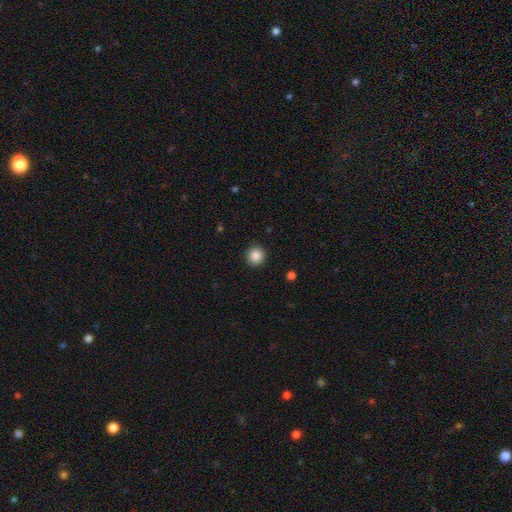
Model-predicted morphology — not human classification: A smooth galaxy with no disk features (87%) that is round (94%).

Vote fractions:
- Smooth or featured? smooth: 87% / star or artifact: 9% / featured or disk: 3%
- How rounded? round: 94% / in between: 5% / cigar-shaped: 1%
- Merging? none: 92% / minor disturbance: 5% / major disturbance: 2% / merger: 1%